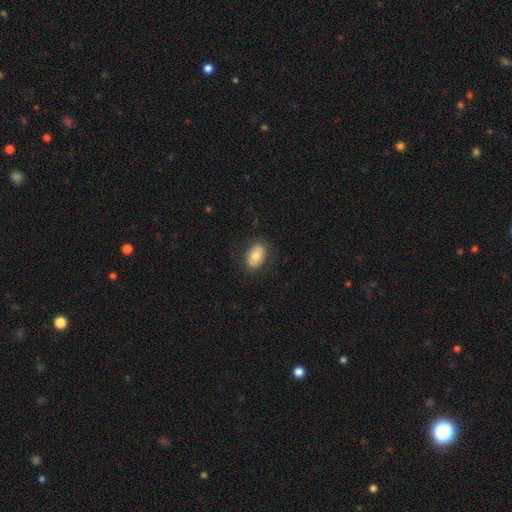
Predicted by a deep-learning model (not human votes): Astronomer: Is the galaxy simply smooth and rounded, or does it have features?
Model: smooth — 74%.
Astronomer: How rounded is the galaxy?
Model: in between — 85%.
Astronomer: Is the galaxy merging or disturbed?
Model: none — 83%.